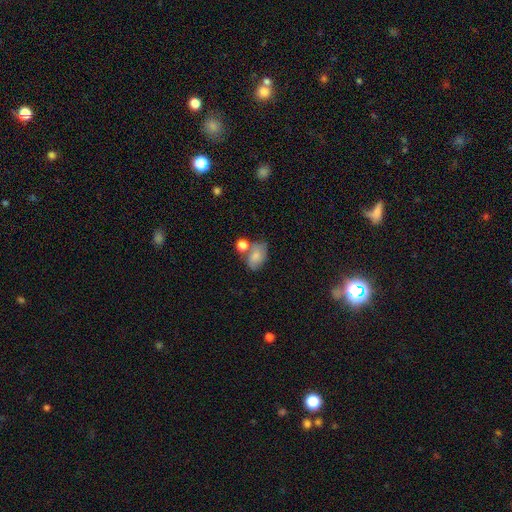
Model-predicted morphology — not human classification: smooth-or-featured: smooth: 74% | featured or disk: 16% | star or artifact: 10%
  how-rounded: in between: 78% | round: 20% | cigar-shaped: 1%
  merging: none: 44% | merger: 25% | minor disturbance: 22% | major disturbance: 9%